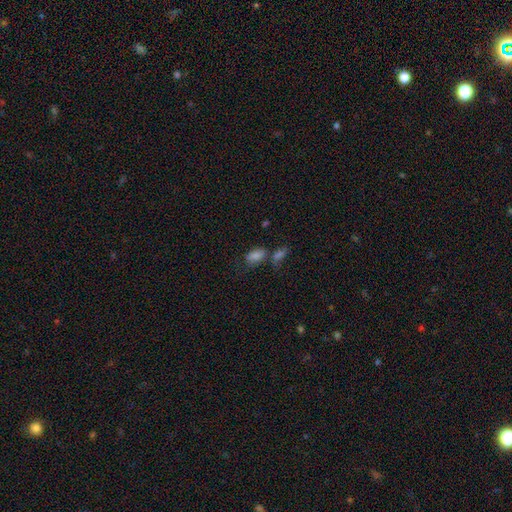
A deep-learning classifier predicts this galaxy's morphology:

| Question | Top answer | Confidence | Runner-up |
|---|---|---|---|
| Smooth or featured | smooth | 76% | star or artifact (14%) |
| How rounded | in between | 89% | round (9%) |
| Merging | none | 44% | merger (32%) |